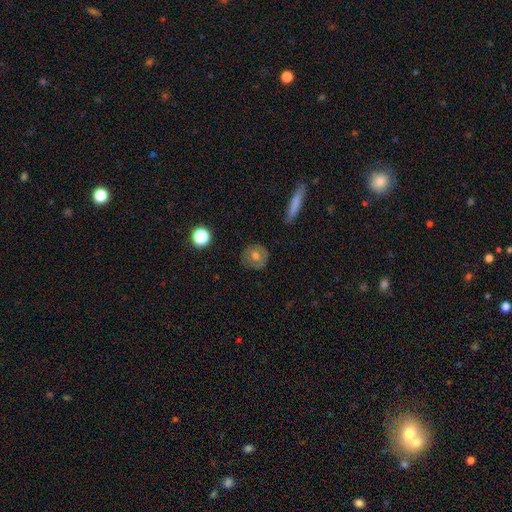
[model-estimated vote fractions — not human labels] This appears to be a smooth galaxy with no disk features (57%) that is round (86%). Merging: none (85%).